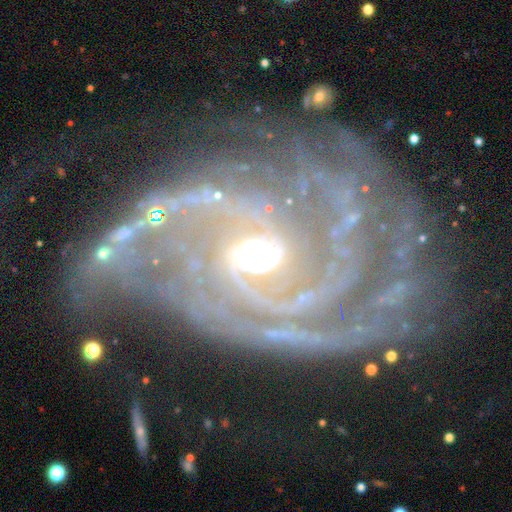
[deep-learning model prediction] smooth-or-featured: featured or disk: 92% | star or artifact: 5% | smooth: 3%
  disk-edge-on: no: 98% | yes: 2%
    bar: no: 43% | weak: 37% | strong: 20%
    has-spiral-arms: yes: 98% | no: 2%
      spiral-winding: tight: 56% | medium: 34% | loose: 10%
      spiral-arm-count: 2: 32% | 3: 18% | can't tell: 15% | 4: 13% | more than 4: 12% | 1: 10%
    bulge-size: small: 51% | moderate: 41% | large: 4% | none: 2% | dominant: 1%
  merging: none: 59% | minor disturbance: 19% | major disturbance: 17% | merger: 5%